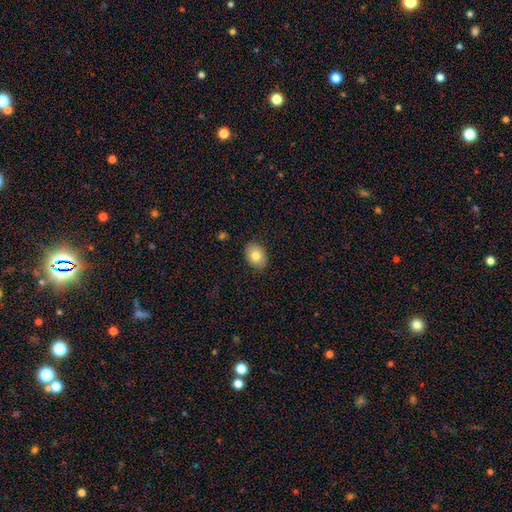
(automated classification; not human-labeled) Smooth or featured? smooth (81%)
How rounded? in between (69%)
Merging? none (87%)